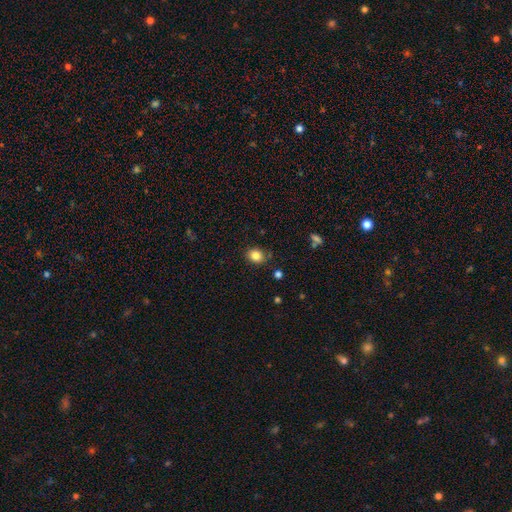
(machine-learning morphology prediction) smooth_or_featured: smooth (p=0.84) [alt: star or artifact p=0.11]
how_rounded: round (p=0.56) [alt: in between p=0.43]
merging: none (p=0.81) [alt: minor disturbance p=0.14]